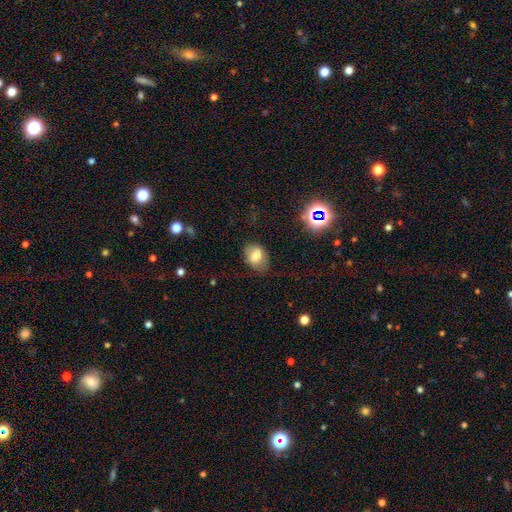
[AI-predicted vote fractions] This appears to be a smooth galaxy with no disk features (75%) that is in between round and cigar-shaped (68%). Merging: none (67%).